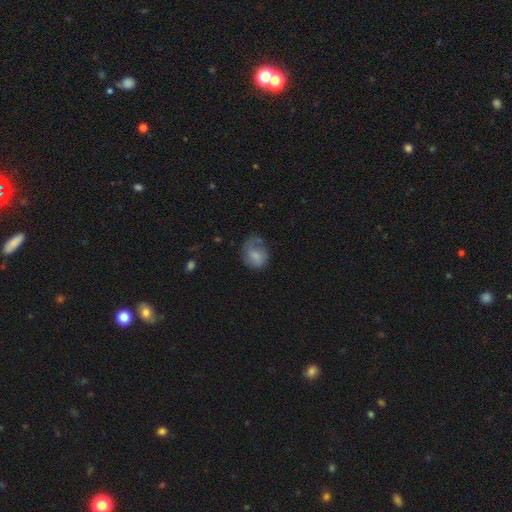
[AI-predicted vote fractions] Morphology: type=smooth (67%); roundness=in between (50%); merging=none (41%).